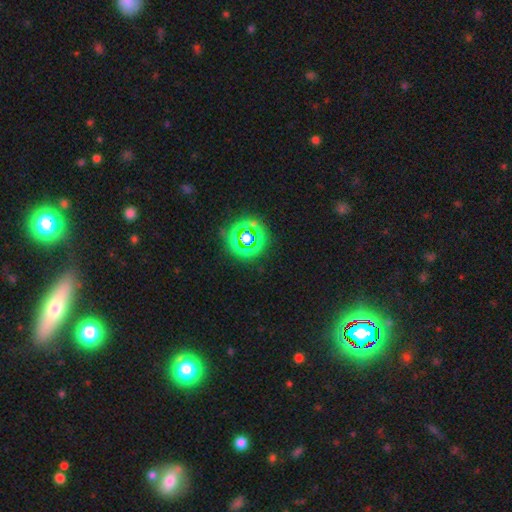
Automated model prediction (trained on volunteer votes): A star or artifact, not a galaxy (52%).

Vote fractions:
- Smooth or featured? star or artifact: 52% / smooth: 36% / featured or disk: 13%